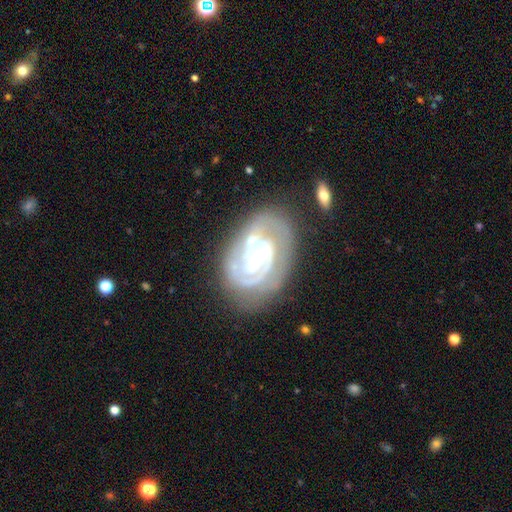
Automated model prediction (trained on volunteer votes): This appears to be a featured or disk galaxy (86%) with no bar (52%), 2 (44%) tight (68%) spiral arms (94%) and a small central bulge (62%). Merging: none (62%).